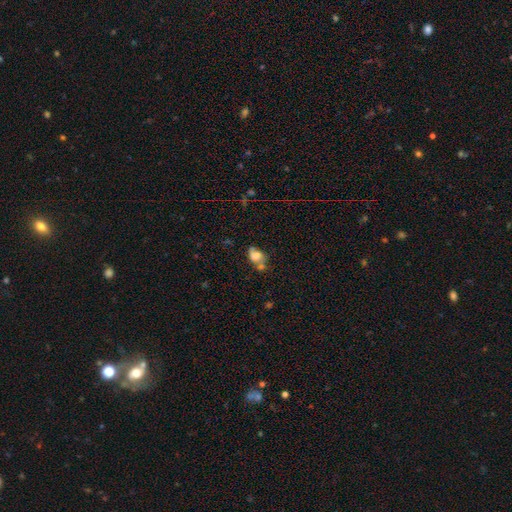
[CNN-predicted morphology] A smooth galaxy with no disk features (60%) that is in between round and cigar-shaped (68%). Merging: merger (35%).